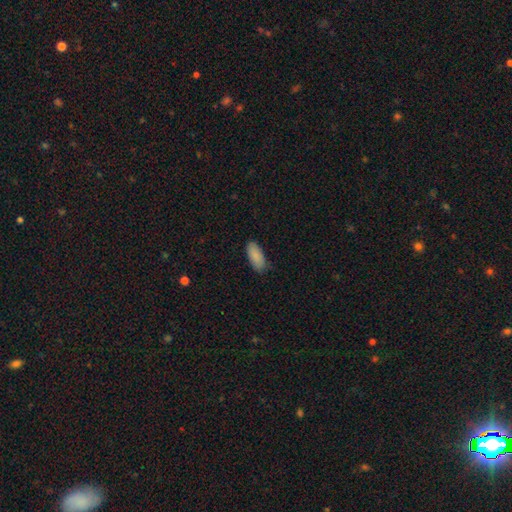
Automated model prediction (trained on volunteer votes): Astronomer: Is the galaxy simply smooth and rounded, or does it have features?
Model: smooth — 89%.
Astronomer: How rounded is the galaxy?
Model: in between — 86%.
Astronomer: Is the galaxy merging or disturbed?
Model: none — 82%.